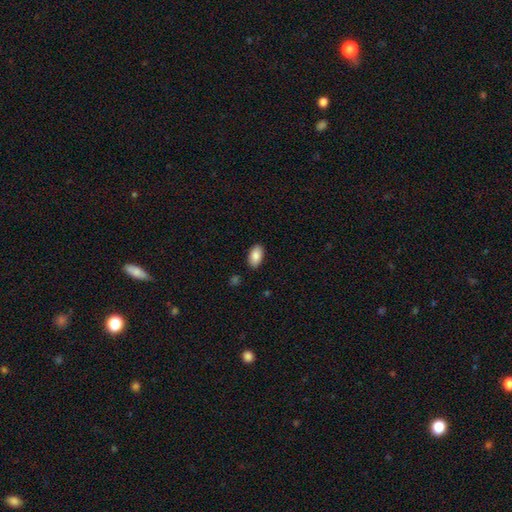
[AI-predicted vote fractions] A smooth galaxy with no disk features (87%) that is in between round and cigar-shaped (94%). Merging: none (88%).